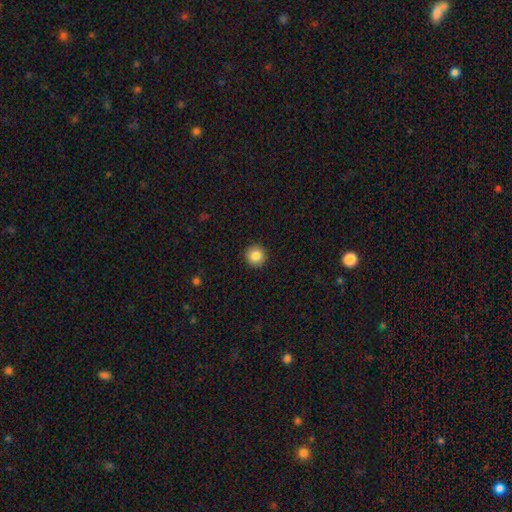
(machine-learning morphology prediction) smooth_or_featured: smooth (p=0.85) [alt: star or artifact p=0.09]
how_rounded: round (p=0.95) [alt: in between p=0.04]
merging: none (p=0.93) [alt: minor disturbance p=0.05]